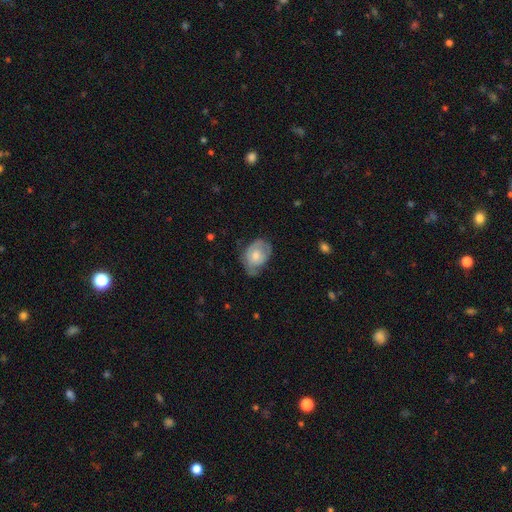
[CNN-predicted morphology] A smooth galaxy with no disk features (48%).

Vote fractions:
- Smooth or featured? smooth: 48% / featured or disk: 46% / star or artifact: 6%
- Merging? none: 47% / minor disturbance: 36% / major disturbance: 15% / merger: 2%